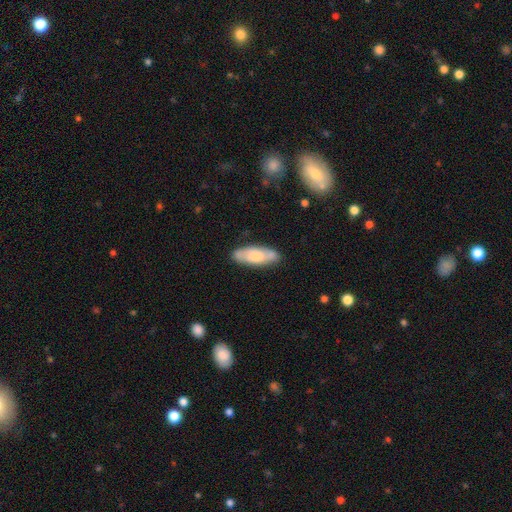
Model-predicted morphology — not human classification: Q: Smooth or featured?
A: smooth (64%); runner-up: featured or disk (30%)
Q: How rounded?
A: in between (69%); runner-up: cigar-shaped (29%)
Q: Merging?
A: none (79%); runner-up: minor disturbance (16%)